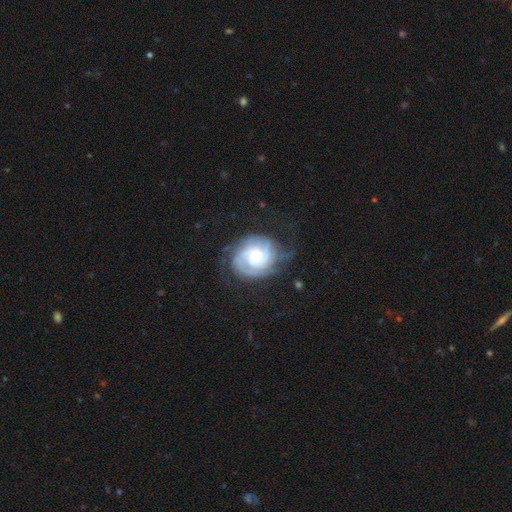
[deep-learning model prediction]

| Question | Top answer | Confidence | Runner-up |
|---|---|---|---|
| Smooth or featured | featured or disk | 83% | smooth (11%) |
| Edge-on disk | no | 97% | yes (3%) |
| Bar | no | 73% | weak (22%) |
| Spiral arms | yes | 95% | no (5%) |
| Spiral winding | tight | 69% | medium (25%) |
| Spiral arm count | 2 | 35% | can't tell (29%) |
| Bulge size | moderate | 56% | small (39%) |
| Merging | none | 65% | minor disturbance (22%) |